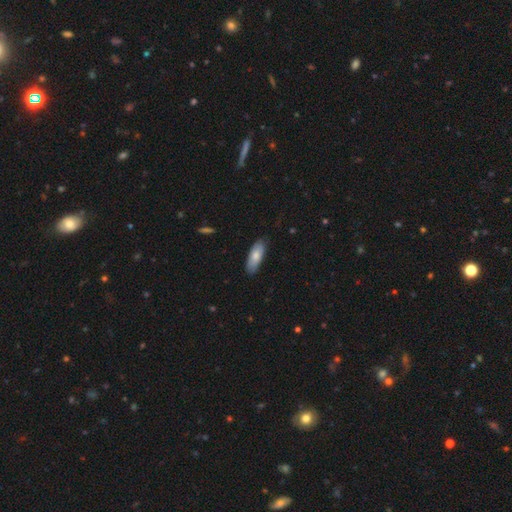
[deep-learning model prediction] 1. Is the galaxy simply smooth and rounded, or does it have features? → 75% smooth, 20% featured or disk, 5% star or artifact.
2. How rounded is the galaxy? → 74% in between, 24% cigar-shaped, 2% round.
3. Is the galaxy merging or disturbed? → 81% none, 16% minor disturbance, 2% major disturbance, 1% merger.